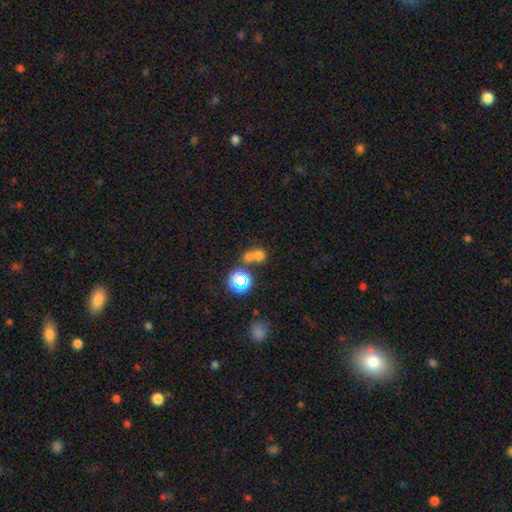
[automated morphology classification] smooth-or-featured: smooth: 60% | star or artifact: 27% | featured or disk: 13%
  how-rounded: round: 71% | in between: 27% | cigar-shaped: 2%
  merging: merger: 54% | none: 33% | minor disturbance: 7% | major disturbance: 5%